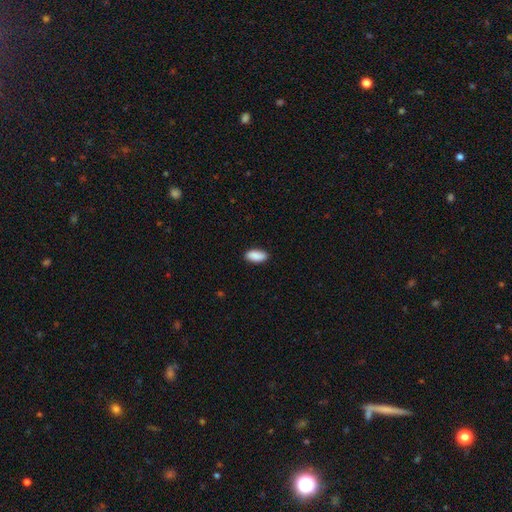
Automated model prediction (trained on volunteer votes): smooth_or_featured: smooth (p=0.90) [alt: star or artifact p=0.06]
how_rounded: in between (p=0.90) [alt: cigar-shaped p=0.08]
merging: none (p=0.88) [alt: minor disturbance p=0.09]